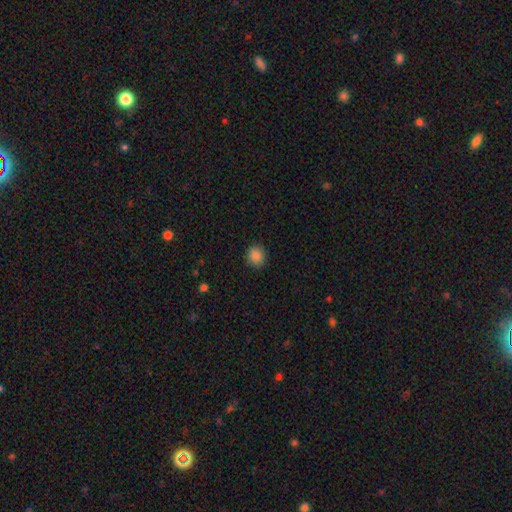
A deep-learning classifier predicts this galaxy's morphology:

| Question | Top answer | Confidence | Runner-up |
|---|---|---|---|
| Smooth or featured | smooth | 87% | star or artifact (9%) |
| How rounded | round | 80% | in between (19%) |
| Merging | none | 90% | minor disturbance (7%) |